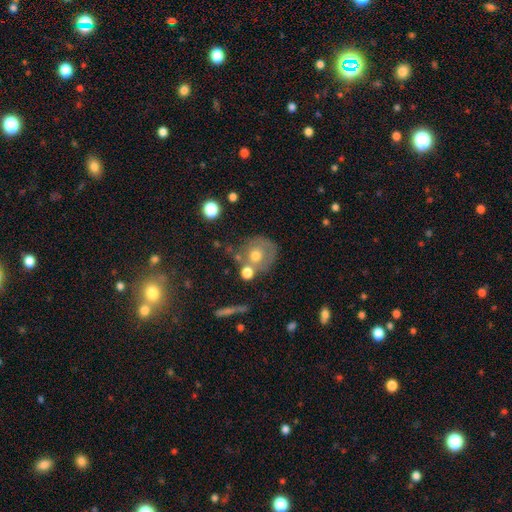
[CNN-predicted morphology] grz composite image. It shows a smooth galaxy with no disk features (55%) that is round (82%). Merging: none (48%).